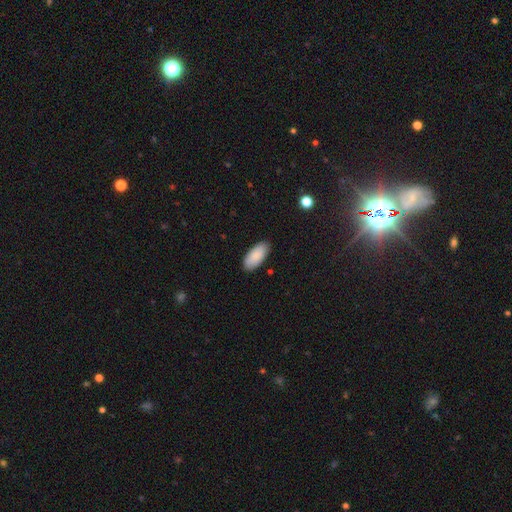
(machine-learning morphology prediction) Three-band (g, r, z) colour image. It shows a smooth galaxy with no disk features (89%) that is in between round and cigar-shaped (91%). Merging: none (87%).